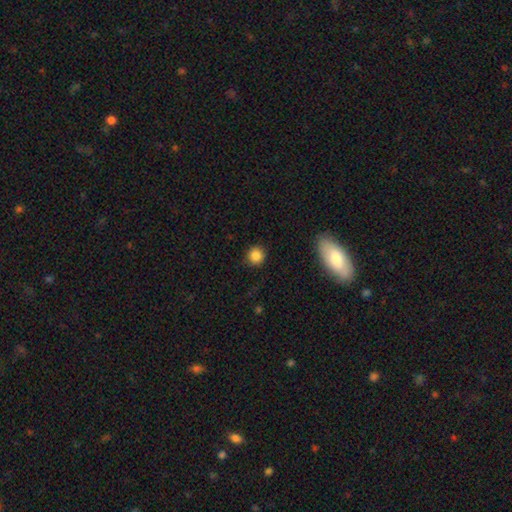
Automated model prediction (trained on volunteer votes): Morphology: type=smooth (85%); roundness=round (92%); merging=none (88%).